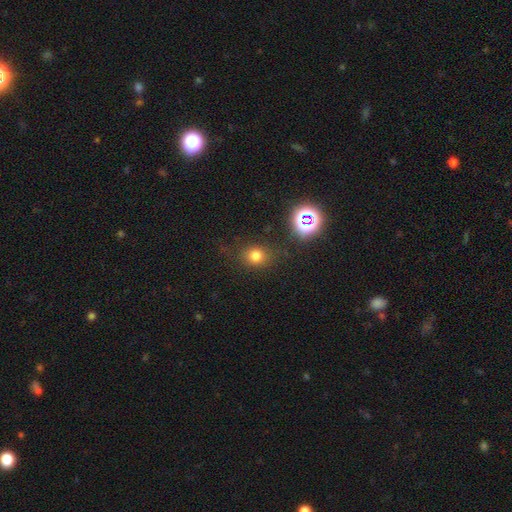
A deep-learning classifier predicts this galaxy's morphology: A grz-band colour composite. It shows a smooth galaxy with no disk features (74%) that is round (73%). Merging: none (81%).